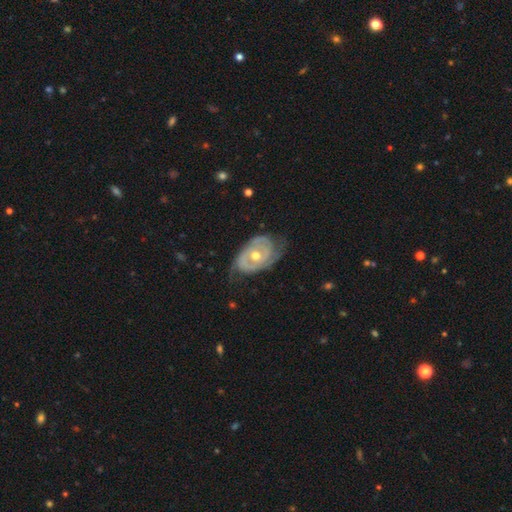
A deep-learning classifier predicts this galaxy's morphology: Smooth or featured? featured or disk (82%)
Edge-on disk? no (95%)
Bar? no (76%)
Spiral arms? yes (85%)
Spiral winding? tight (62%)
Spiral arm count? 2 (53%)
Bulge size? moderate (73%)
Merging? none (60%)